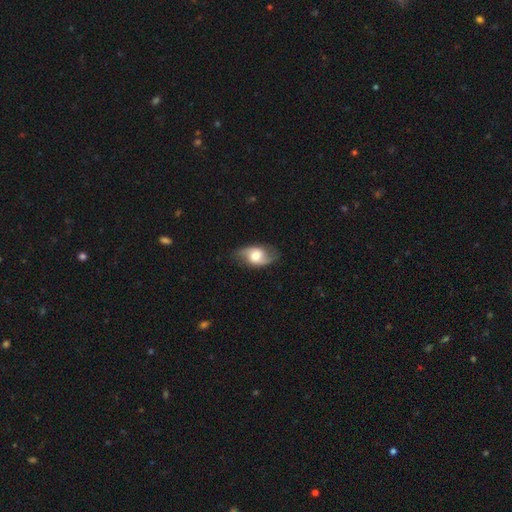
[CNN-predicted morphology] This appears to be a featured or disk galaxy (60%) with no bar (58%), spiral arms (86%) and a moderate central bulge (56%). Merging: none (78%).